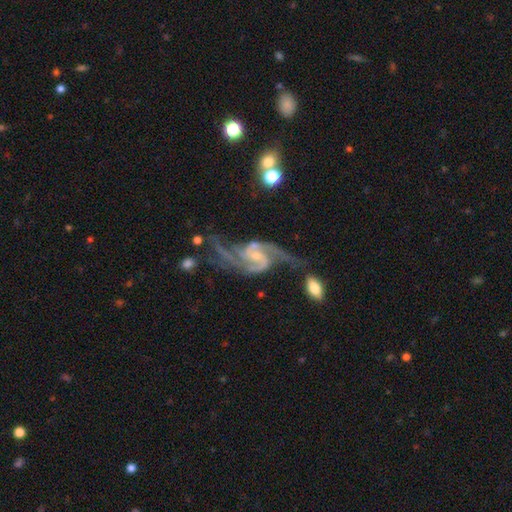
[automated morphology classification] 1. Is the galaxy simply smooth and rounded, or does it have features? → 92% featured or disk, 5% star or artifact, 3% smooth.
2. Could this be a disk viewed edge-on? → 98% no, 2% yes.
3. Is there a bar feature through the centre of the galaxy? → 44% weak, 42% no, 15% strong.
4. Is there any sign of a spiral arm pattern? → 98% yes, 2% no.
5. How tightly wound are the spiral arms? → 52% medium, 32% loose, 17% tight.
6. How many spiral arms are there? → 66% 2, 16% 3, 6% can't tell, 5% 4, 4% 1, 4% more than 4.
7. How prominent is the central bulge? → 65% small, 25% moderate, 7% none, 2% large, 1% dominant.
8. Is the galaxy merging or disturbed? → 43% none, 25% major disturbance, 22% minor disturbance, 11% merger.